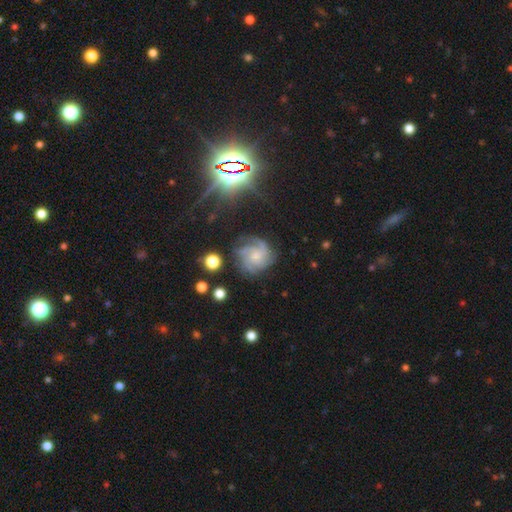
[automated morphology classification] A featured or disk galaxy (78%) with no bar (72%), 3 (32%) tight (50%) spiral arms (96%) and a small central bulge (54%).

Vote fractions:
- Smooth or featured? featured or disk: 78% / smooth: 13% / star or artifact: 9%
- Edge-on disk? no: 98% / yes: 2%
- Bar? no: 72% / weak: 24% / strong: 4%
- Spiral arms? yes: 96% / no: 4%
- Spiral winding? tight: 50% / medium: 40% / loose: 10%
- Spiral arm count? 3: 32% / 4: 24% / can't tell: 20% / 2: 11% / more than 4: 7% / 1: 7%
- Bulge size? small: 54% / moderate: 29% / none: 12% / large: 4% / dominant: 1%
- Merging? none: 70% / minor disturbance: 18% / major disturbance: 10% / merger: 2%